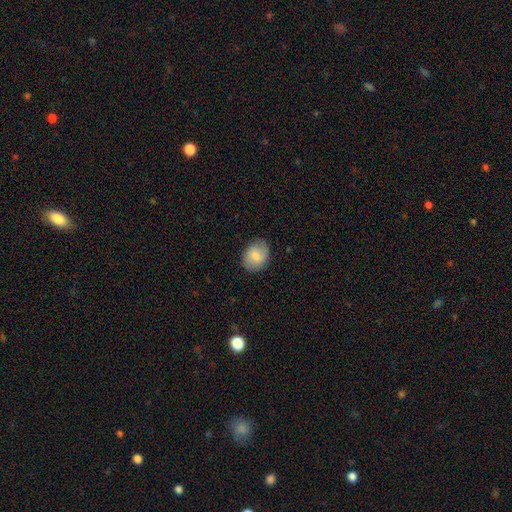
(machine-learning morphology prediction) Smooth or featured?
  - smooth: 73% *
  - featured or disk: 20%
  - star or artifact: 7%
How rounded?
  - in between: 54% *
  - round: 45%
  - cigar-shaped: 1%
Merging?
  - none: 81% *
  - minor disturbance: 14%
  - major disturbance: 3%
  - merger: 1%